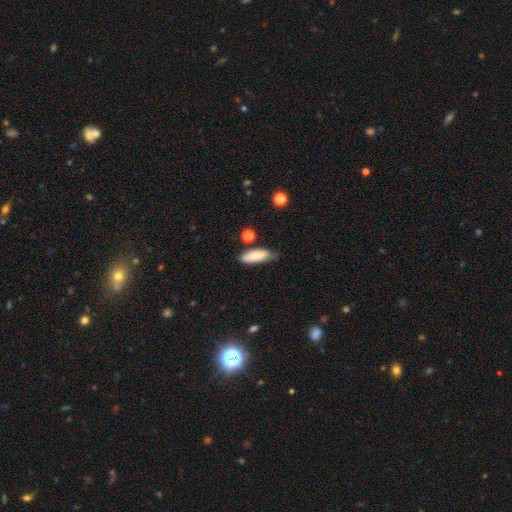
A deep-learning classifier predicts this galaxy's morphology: The model was most divided on "how rounded": in between: 58%, cigar-shaped: 40%, round: 2%. More confident: smooth or featured — smooth (82%); merging — none (63%).